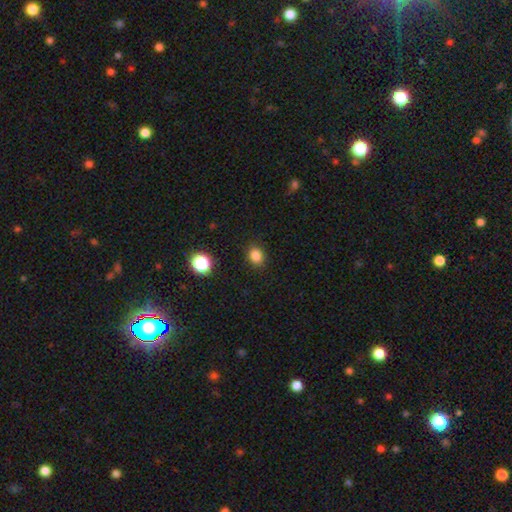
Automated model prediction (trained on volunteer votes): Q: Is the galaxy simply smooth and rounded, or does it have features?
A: smooth — 83%.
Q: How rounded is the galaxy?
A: round — 60%.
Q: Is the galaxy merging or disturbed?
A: none — 88%.